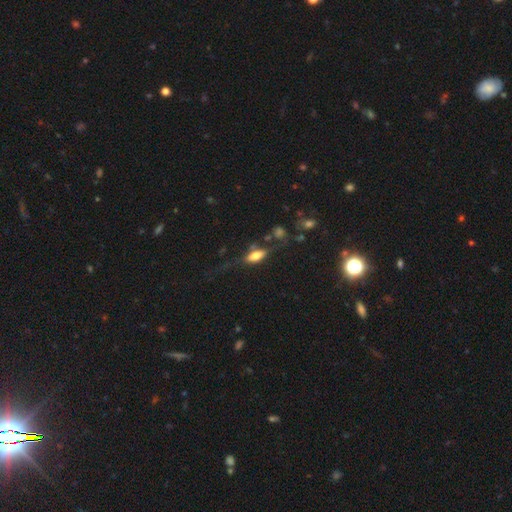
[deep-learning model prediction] Overall: smooth (59%; featured or disk 33%). How rounded: in between (70%). Merging: none (57%; minor disturbance 20%).